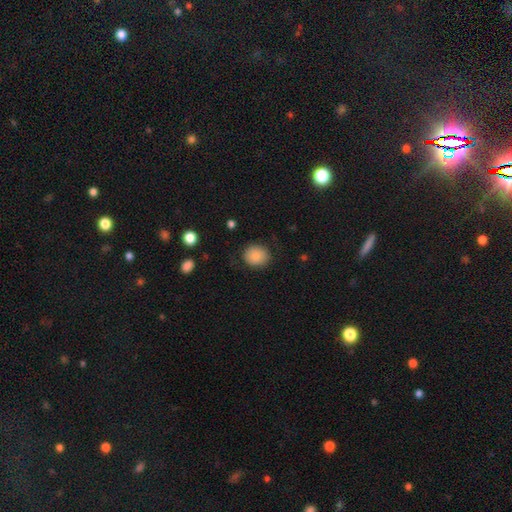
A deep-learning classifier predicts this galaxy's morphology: This appears to be a smooth galaxy with no disk features (84%) that is round (79%). Merging: none (83%).